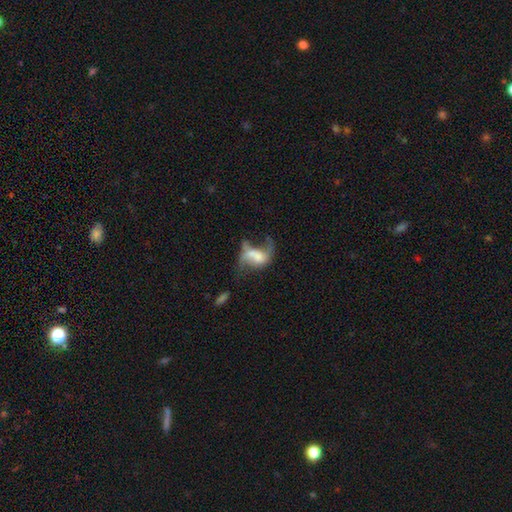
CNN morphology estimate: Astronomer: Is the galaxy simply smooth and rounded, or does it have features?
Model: featured or disk — 60%.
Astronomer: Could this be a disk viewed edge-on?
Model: no — 96%.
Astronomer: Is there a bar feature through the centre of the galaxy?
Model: no — 56% (runner-up: weak, 31%).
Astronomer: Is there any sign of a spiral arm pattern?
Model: yes — 64%.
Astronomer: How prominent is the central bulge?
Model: none — 29% (runner-up: moderate, 27%).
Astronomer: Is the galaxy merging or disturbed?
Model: major disturbance — 35% (runner-up: merger, 27%).